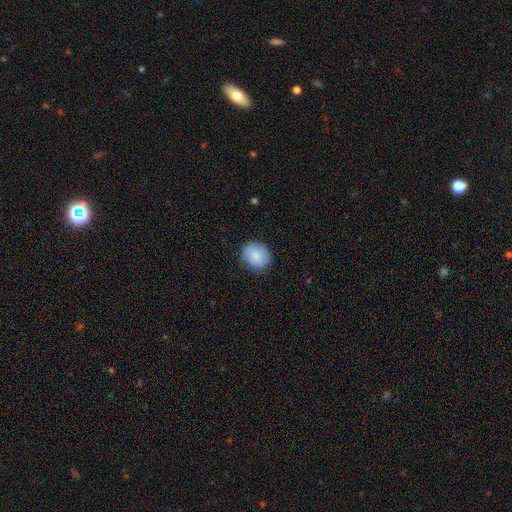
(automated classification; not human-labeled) This appears to be a smooth galaxy with no disk features (86%) that is round (59%). Merging: none (80%).